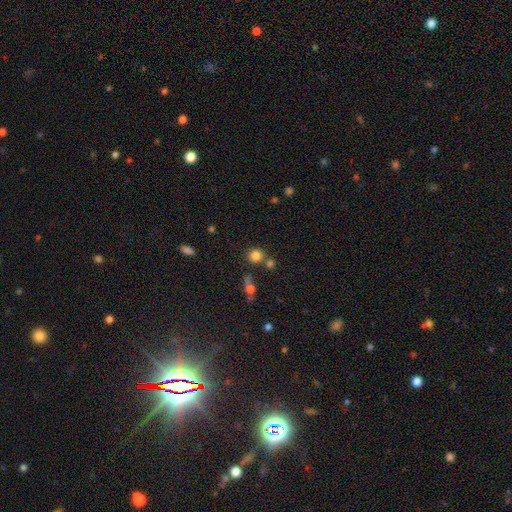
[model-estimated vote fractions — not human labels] Smooth or featured?
  - smooth: 81% *
  - star or artifact: 12%
  - featured or disk: 7%
How rounded?
  - round: 88% *
  - in between: 11%
  - cigar-shaped: 1%
Merging?
  - none: 68% *
  - merger: 19%
  - minor disturbance: 10%
  - major disturbance: 4%